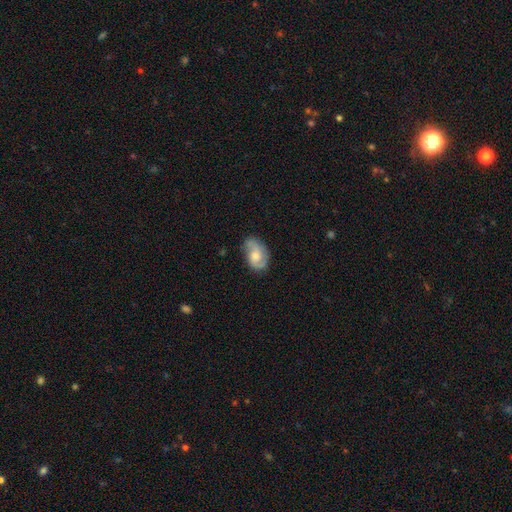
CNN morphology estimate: Smooth or featured: featured or disk — 52% (smooth — 40%)
Edge-on disk: no — 96% (yes — 4%)
Bar: no — 69% (weak — 27%)
Spiral arms: yes — 83% (no — 17%)
Bulge size: moderate — 56% (small — 31%)
Merging: none — 58% (minor disturbance — 30%)